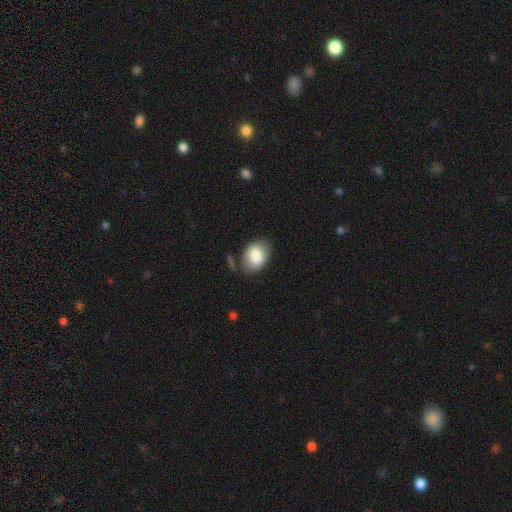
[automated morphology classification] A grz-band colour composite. It shows a smooth galaxy with no disk features (83%) that is in between round and cigar-shaped (78%). Merging: none (68%).